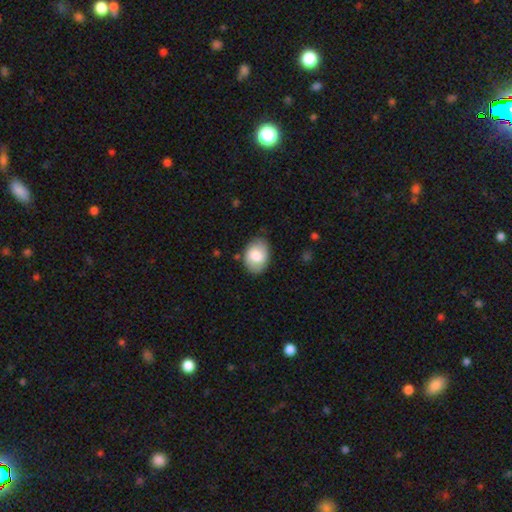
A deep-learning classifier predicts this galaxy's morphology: Smooth or featured: smooth — 77% (featured or disk — 17%)
How rounded: in between — 76% (round — 23%)
Merging: none — 78% (minor disturbance — 17%)